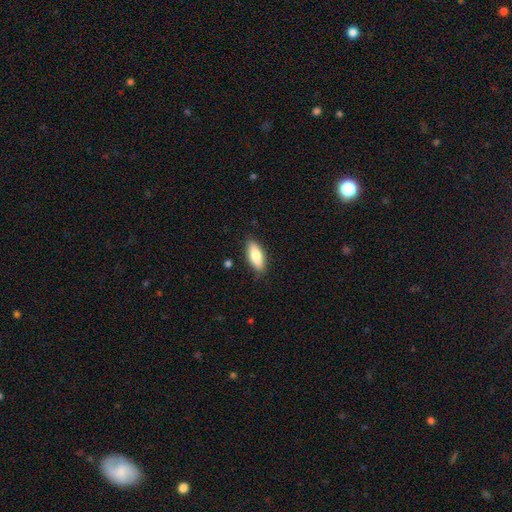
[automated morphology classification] Smooth or featured? Predicted: smooth (p=0.79). How rounded? Predicted: in between (p=0.76). Merging? Predicted: none (p=0.86).